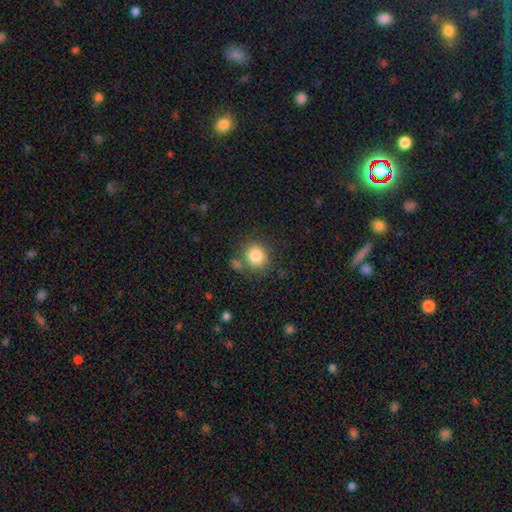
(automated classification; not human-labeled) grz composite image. It shows a smooth galaxy with no disk features (83%) that is round (85%). Merging: none (75%).